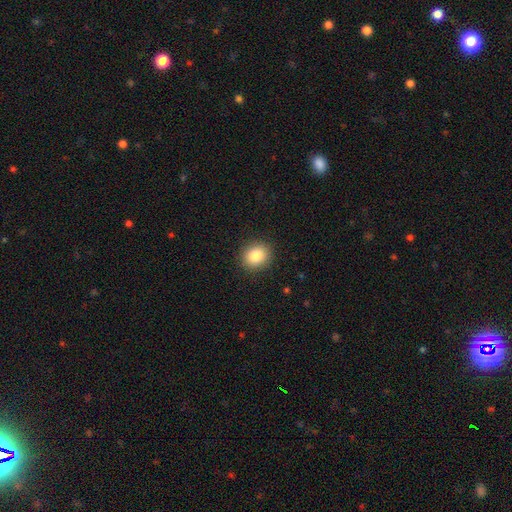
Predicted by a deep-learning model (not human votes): Smooth or featured?
  - smooth: 84% *
  - star or artifact: 9%
  - featured or disk: 6%
How rounded?
  - round: 68% *
  - in between: 31%
  - cigar-shaped: 1%
Merging?
  - none: 91% *
  - minor disturbance: 6%
  - major disturbance: 2%
  - merger: 1%